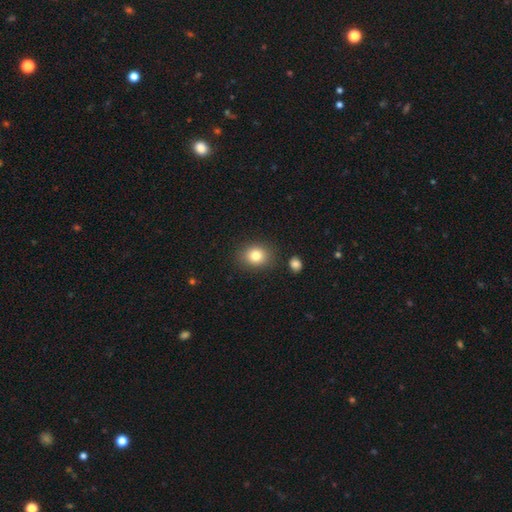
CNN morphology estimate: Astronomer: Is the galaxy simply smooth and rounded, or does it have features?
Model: smooth — 81%.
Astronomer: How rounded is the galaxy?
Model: round — 65%.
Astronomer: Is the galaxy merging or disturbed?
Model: none — 85%.